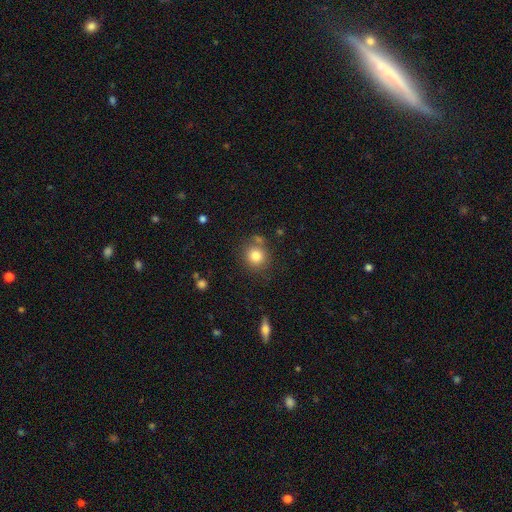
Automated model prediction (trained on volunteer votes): smooth_or_featured: smooth (p=0.82) [alt: star or artifact p=0.11]
how_rounded: round (p=0.88) [alt: in between p=0.11]
merging: none (p=0.74) [alt: minor disturbance p=0.12]